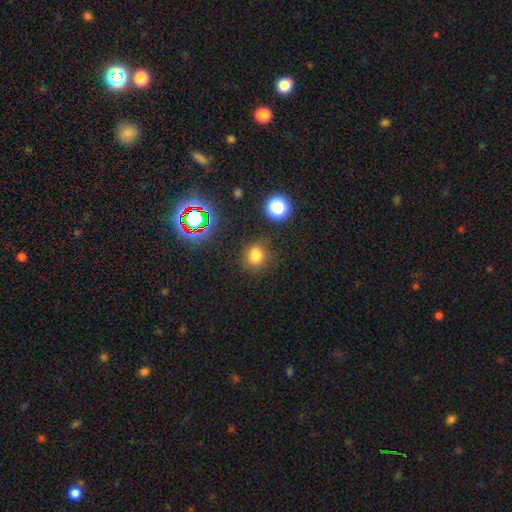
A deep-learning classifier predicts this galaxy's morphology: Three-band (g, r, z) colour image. It shows a smooth galaxy with no disk features (75%) that is round (79%). Merging: none (80%).